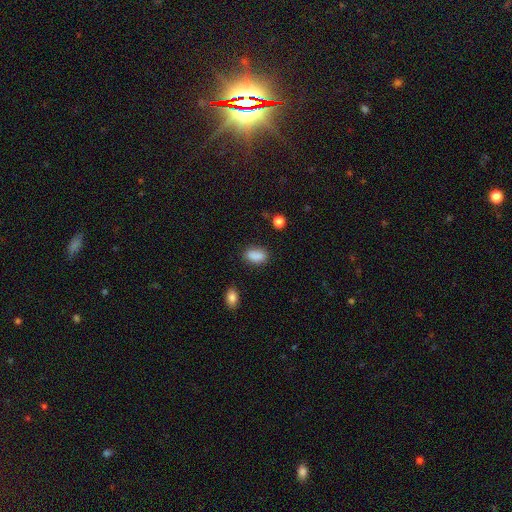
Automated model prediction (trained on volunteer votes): A smooth galaxy with no disk features (87%) that is in between round and cigar-shaped (89%). Merging: none (80%).